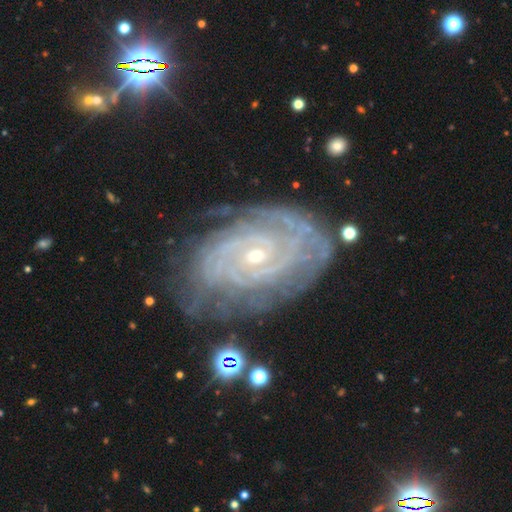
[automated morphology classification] Smooth or featured?
  - featured or disk: 90% *
  - star or artifact: 6%
  - smooth: 5%
Edge-on disk?
  - no: 97% *
  - yes: 3%
Bar?
  - no: 63% *
  - weak: 27%
  - strong: 10%
Spiral arms?
  - yes: 98% *
  - no: 2%
Spiral winding?
  - tight: 81% *
  - medium: 16%
  - loose: 3%
Spiral arm count?
  - can't tell: 28% *
  - 2: 25%
  - 3: 16%
  - 4: 14%
  - more than 4: 10%
  - 1: 7%
Bulge size?
  - small: 71% *
  - moderate: 26%
  - large: 1%
  - none: 1%
  - dominant: 1%
Merging?
  - none: 71% *
  - minor disturbance: 20%
  - major disturbance: 7%
  - merger: 2%